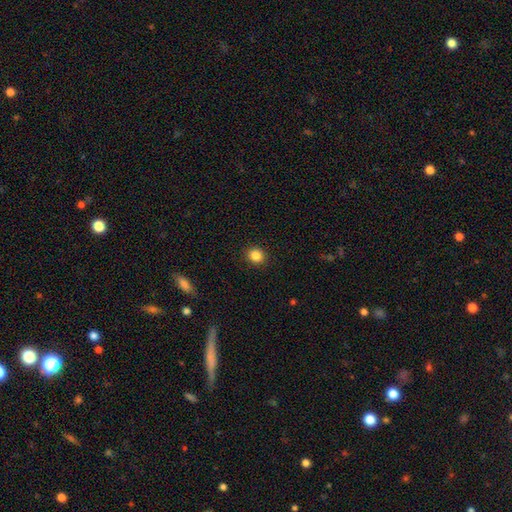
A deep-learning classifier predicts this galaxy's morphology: A smooth galaxy with no disk features (85%) that is round (81%).

Vote fractions:
- Smooth or featured? smooth: 85% / star or artifact: 10% / featured or disk: 4%
- How rounded? round: 81% / in between: 18% / cigar-shaped: 1%
- Merging? none: 91% / minor disturbance: 6% / major disturbance: 2% / merger: 1%